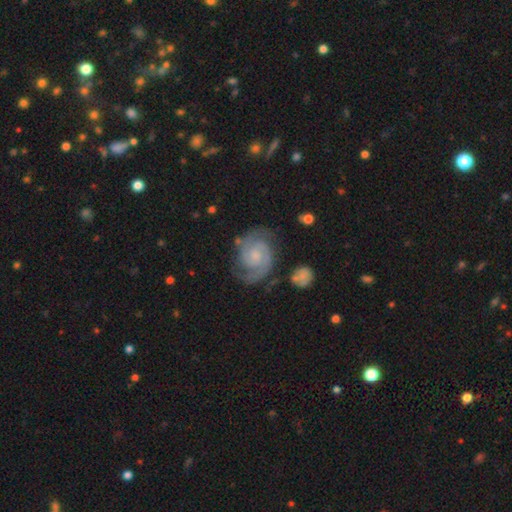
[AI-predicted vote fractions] Morphology: type=featured or disk (88%); edge-on=no (98%); bar=no (62%); spiral arms=yes (98%); winding=tight (52%); arm count=2 (87%); bulge=small (47%); merging=none (74%).